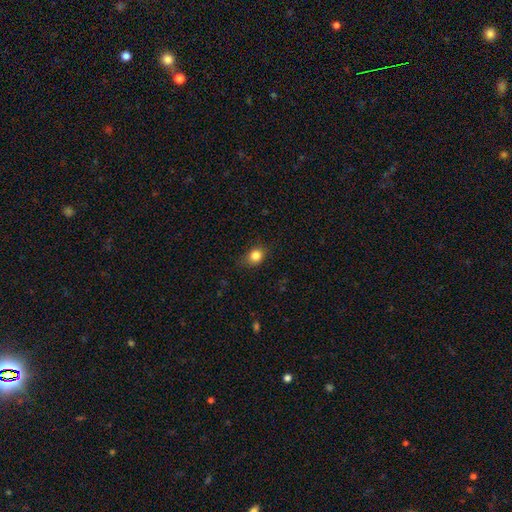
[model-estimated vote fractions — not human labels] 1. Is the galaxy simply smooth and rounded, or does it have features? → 84% smooth, 11% star or artifact, 5% featured or disk.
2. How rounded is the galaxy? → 60% round, 39% in between, 1% cigar-shaped.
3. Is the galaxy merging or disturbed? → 77% none, 18% minor disturbance, 4% major disturbance, 1% merger.